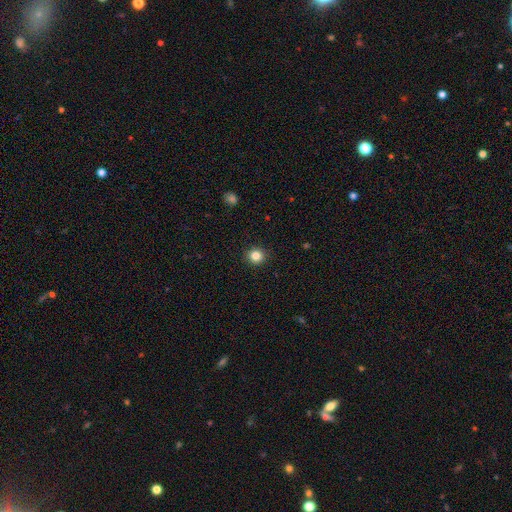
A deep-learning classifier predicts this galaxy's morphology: Smooth or featured: smooth — 84% (star or artifact — 11%)
How rounded: round — 91% (in between — 8%)
Merging: none — 92% (minor disturbance — 5%)